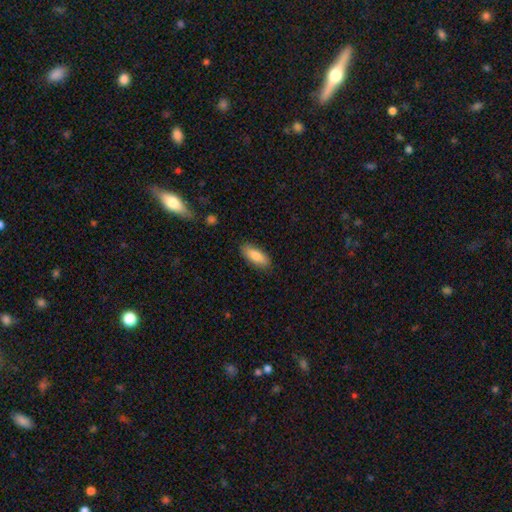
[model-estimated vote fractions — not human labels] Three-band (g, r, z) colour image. It shows a smooth galaxy with no disk features (81%) that is in between round and cigar-shaped (72%). Merging: none (85%).